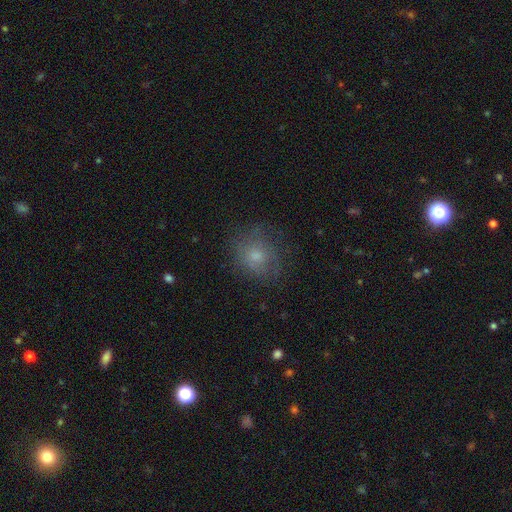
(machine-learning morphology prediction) This appears to be a smooth galaxy with no disk features (65%) that is round (75%). Merging: none (69%).